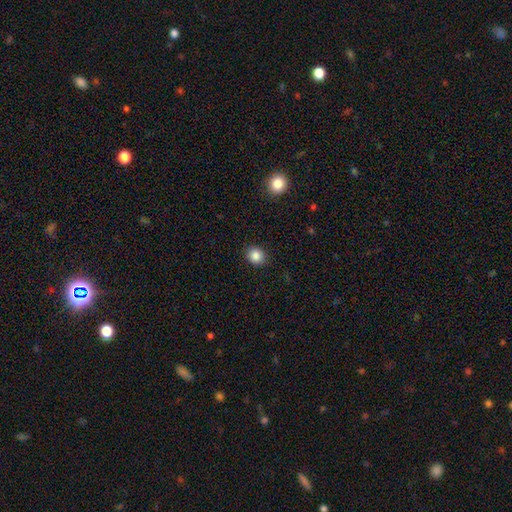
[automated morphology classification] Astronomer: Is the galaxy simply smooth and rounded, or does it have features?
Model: smooth — 86%.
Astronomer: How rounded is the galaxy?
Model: round — 79%.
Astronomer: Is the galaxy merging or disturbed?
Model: none — 90%.